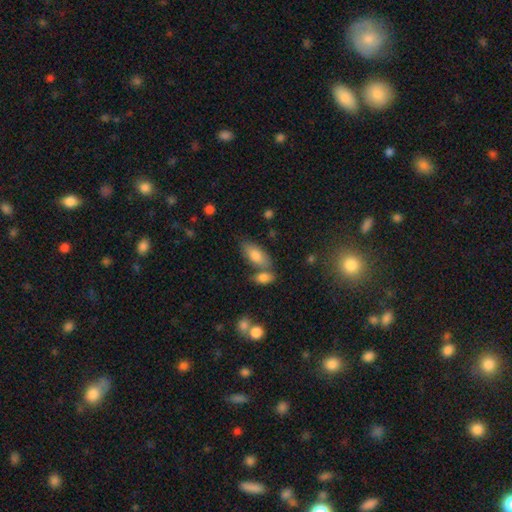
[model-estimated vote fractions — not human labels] smooth_or_featured: smooth (p=0.78) [alt: featured or disk p=0.14]
how_rounded: in between (p=0.85) [alt: cigar-shaped p=0.12]
merging: none (p=0.58) [alt: merger p=0.25]